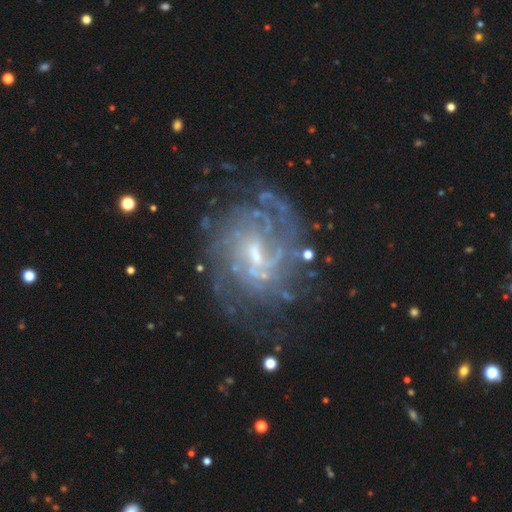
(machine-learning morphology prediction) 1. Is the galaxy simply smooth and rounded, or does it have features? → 87% featured or disk, 8% star or artifact, 5% smooth.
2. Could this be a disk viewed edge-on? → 98% no, 2% yes.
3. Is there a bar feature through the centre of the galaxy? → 56% weak, 29% no, 16% strong.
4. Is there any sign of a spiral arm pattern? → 93% yes, 7% no.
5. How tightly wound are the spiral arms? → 50% tight, 37% medium, 13% loose.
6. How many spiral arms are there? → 36% can't tell, 16% 4, 14% 2, 14% 3, 13% more than 4, 7% 1.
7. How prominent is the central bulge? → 60% small, 27% moderate, 10% none, 2% large, 1% dominant.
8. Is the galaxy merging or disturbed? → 64% none, 18% minor disturbance, 16% major disturbance, 3% merger.